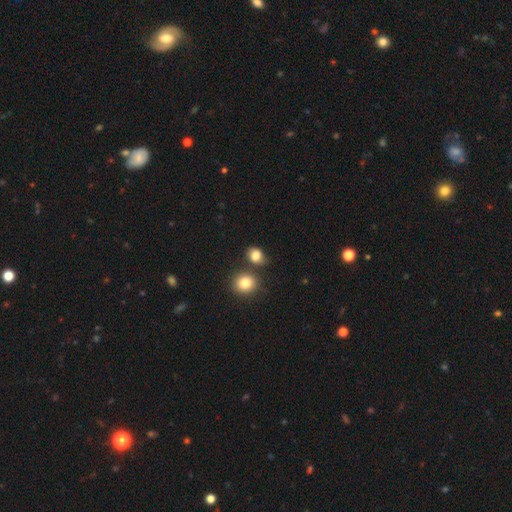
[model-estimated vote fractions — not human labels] Smooth or featured?
  - smooth: 83% *
  - star or artifact: 10%
  - featured or disk: 6%
How rounded?
  - round: 53% *
  - in between: 46%
  - cigar-shaped: 1%
Merging?
  - none: 59% *
  - minor disturbance: 18%
  - merger: 17%
  - major disturbance: 6%